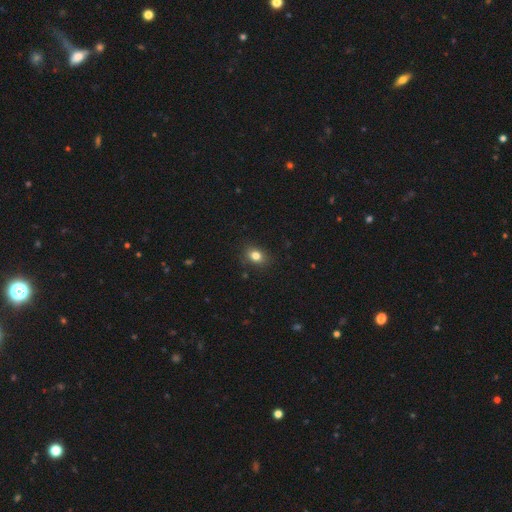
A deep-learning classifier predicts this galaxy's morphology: A smooth galaxy with no disk features (82%) that is in between round and cigar-shaped (58%). Merging: none (84%).